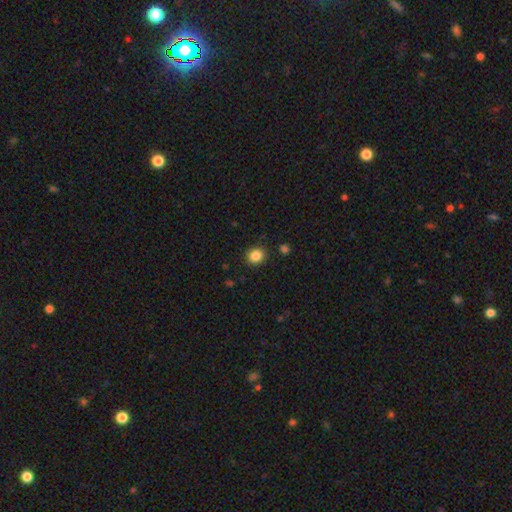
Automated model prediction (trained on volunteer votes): A smooth galaxy with no disk features (85%) that is round (81%).

Vote fractions:
- Smooth or featured? smooth: 85% / star or artifact: 11% / featured or disk: 4%
- How rounded? round: 81% / in between: 18% / cigar-shaped: 1%
- Merging? none: 89% / minor disturbance: 7% / major disturbance: 2% / merger: 2%